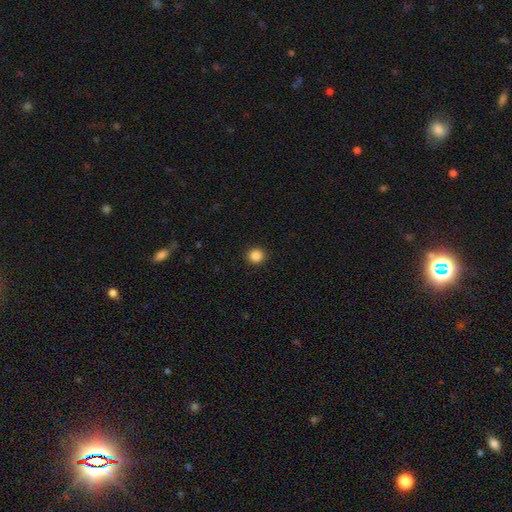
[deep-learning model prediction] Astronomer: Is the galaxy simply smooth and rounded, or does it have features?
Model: smooth — 86%.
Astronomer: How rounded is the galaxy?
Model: round — 90%.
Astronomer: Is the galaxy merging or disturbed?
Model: none — 92%.